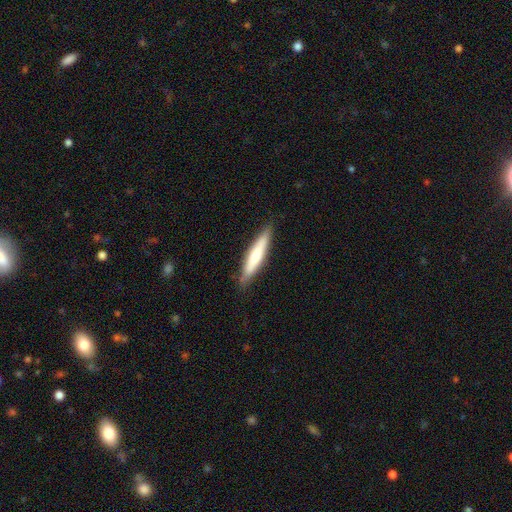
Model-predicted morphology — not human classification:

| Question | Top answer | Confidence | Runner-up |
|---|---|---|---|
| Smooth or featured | smooth | 62% | featured or disk (33%) |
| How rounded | cigar-shaped | 88% | in between (11%) |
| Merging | none | 85% | minor disturbance (12%) |